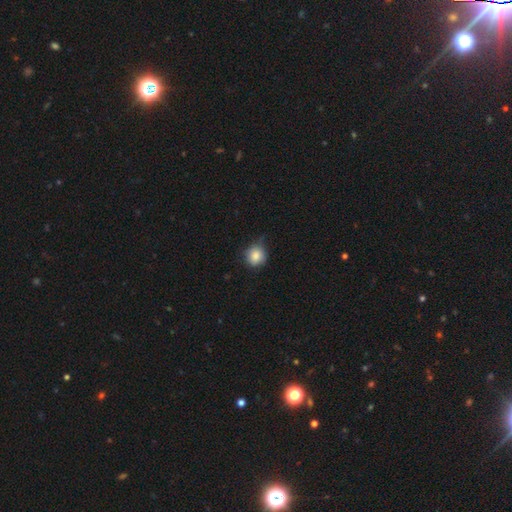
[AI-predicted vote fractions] Smooth or featured? smooth (85%)
How rounded? round (86%)
Merging? none (60%)